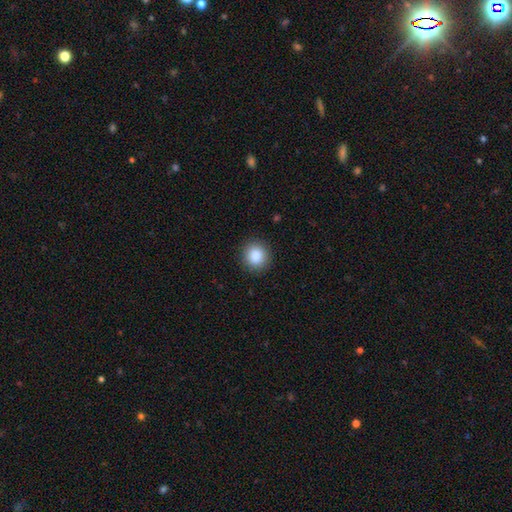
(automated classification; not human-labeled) This appears to be a smooth galaxy with no disk features (88%) that is round (89%). Merging: none (90%).